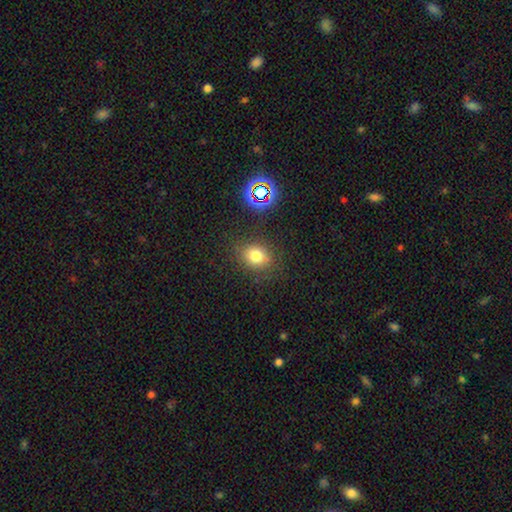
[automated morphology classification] smooth_or_featured: smooth (p=0.75) [alt: star or artifact p=0.16]
how_rounded: round (p=0.54) [alt: in between p=0.45]
merging: none (p=0.82) [alt: minor disturbance p=0.11]